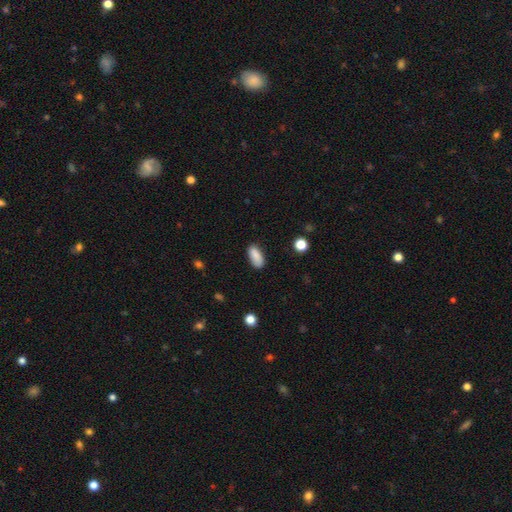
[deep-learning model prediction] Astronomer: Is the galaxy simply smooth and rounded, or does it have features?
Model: smooth — 87%.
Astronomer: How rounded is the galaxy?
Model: in between — 87%.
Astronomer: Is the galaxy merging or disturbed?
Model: none — 79%.